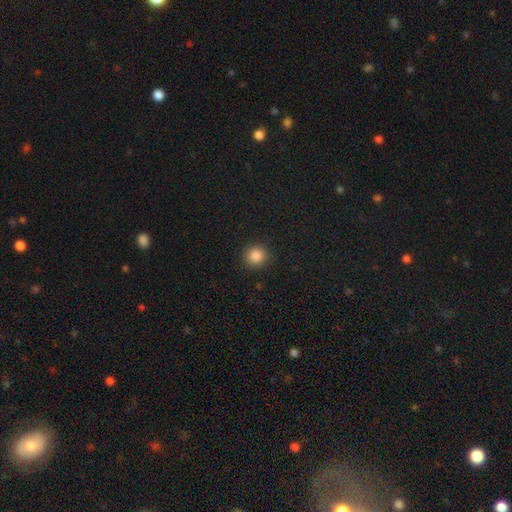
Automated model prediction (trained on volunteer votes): Morphology: type=smooth (86%); roundness=round (91%); merging=none (91%).